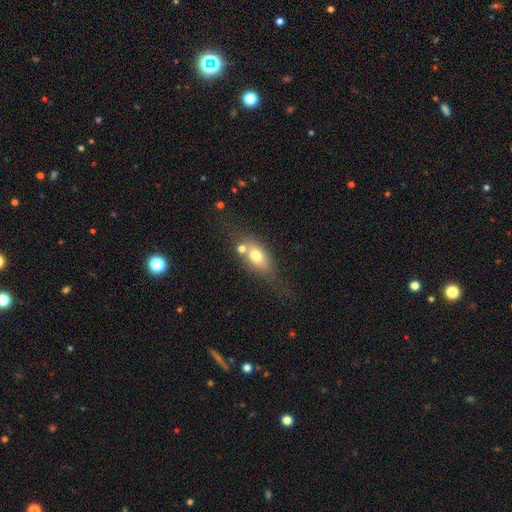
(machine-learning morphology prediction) Smooth or featured: smooth — 65% (featured or disk — 26%)
How rounded: in between — 70% (round — 18%)
Merging: none — 47% (merger — 23%)